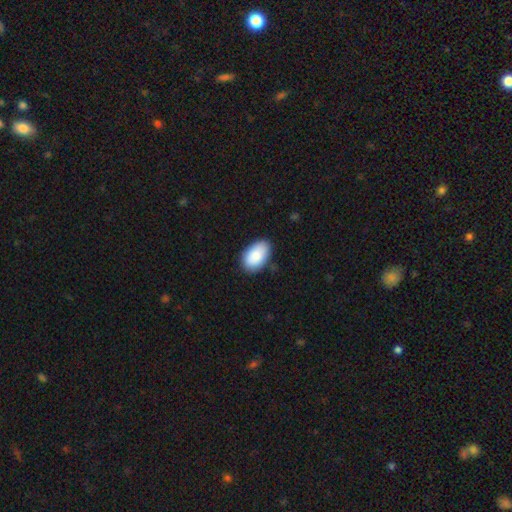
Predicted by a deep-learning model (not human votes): Overall: smooth (88%). How rounded: in between (94%). Merging: none (83%).